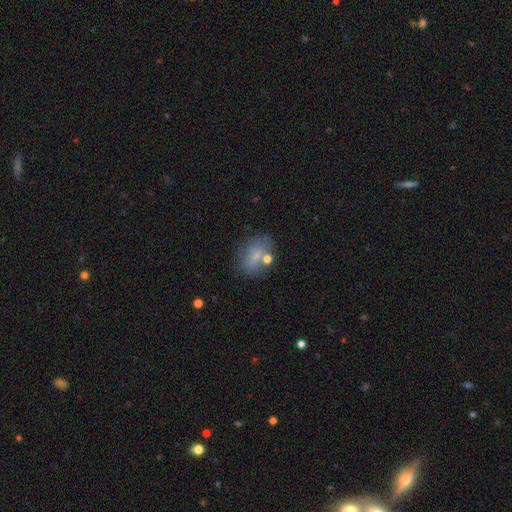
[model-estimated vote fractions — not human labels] smooth_or_featured: smooth (p=0.63) [alt: featured or disk p=0.23]
how_rounded: in between (p=0.62) [alt: round p=0.36]
merging: none (p=0.59) [alt: minor disturbance p=0.20]